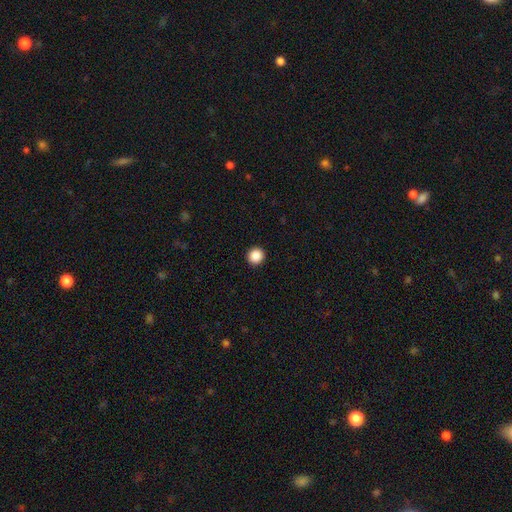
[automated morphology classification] Smooth or featured: smooth — 88% (star or artifact — 9%)
How rounded: round — 94% (in between — 5%)
Merging: none — 94% (minor disturbance — 4%)